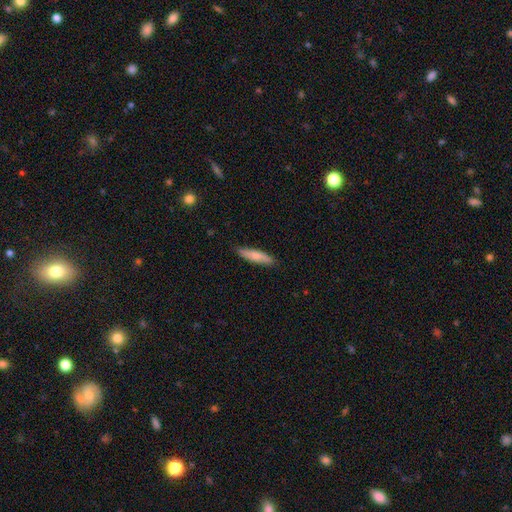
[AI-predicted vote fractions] This is likely a smooth galaxy (74%). How rounded: likely cigar-shaped (78%). Merging: clearly none (86%).